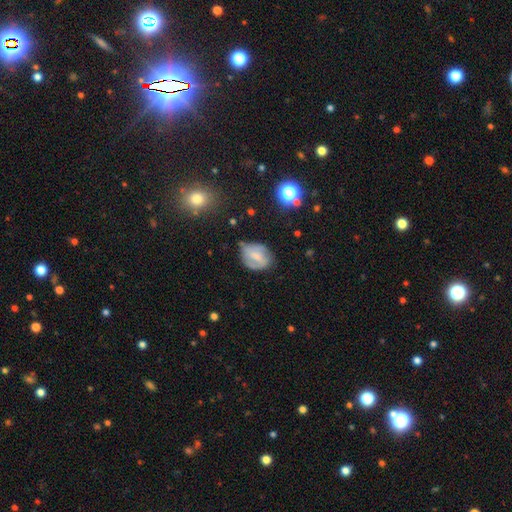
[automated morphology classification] Smooth or featured?
  - smooth: 46% *
  - featured or disk: 44%
  - star or artifact: 10%
Merging?
  - none: 54% *
  - minor disturbance: 30%
  - major disturbance: 12%
  - merger: 3%